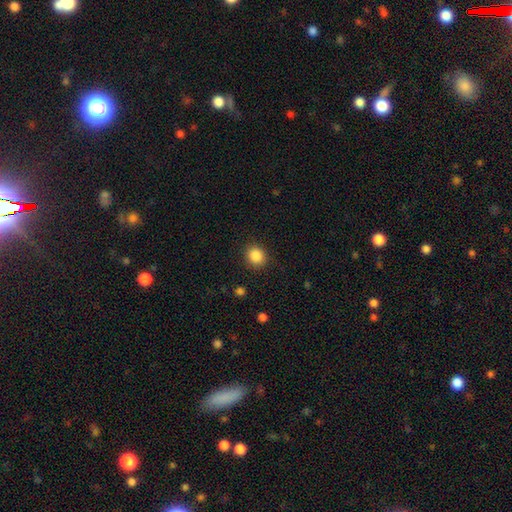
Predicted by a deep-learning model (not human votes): This appears to be a smooth galaxy with no disk features (87%) that is round (82%). Merging: none (89%).